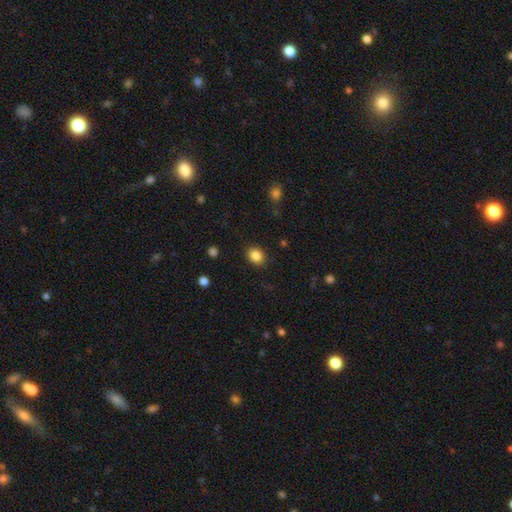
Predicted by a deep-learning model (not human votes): Smooth or featured? Predicted: smooth (p=0.85). How rounded? Predicted: in between (p=0.53). Merging? Predicted: none (p=0.88).